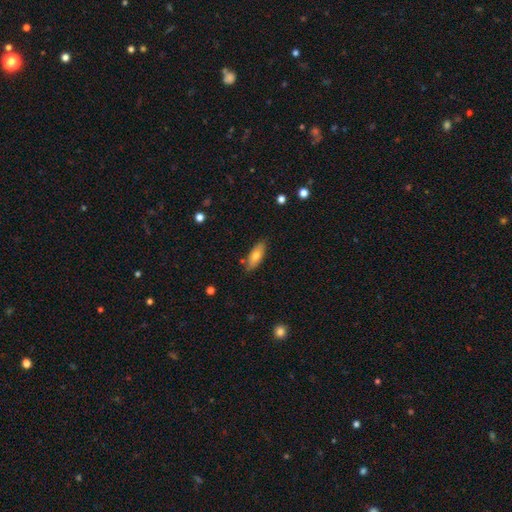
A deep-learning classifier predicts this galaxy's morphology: Smooth or featured?
  - smooth: 68% *
  - featured or disk: 25%
  - star or artifact: 7%
How rounded?
  - in between: 79% *
  - cigar-shaped: 18%
  - round: 3%
Merging?
  - none: 81% *
  - minor disturbance: 14%
  - merger: 2%
  - major disturbance: 2%